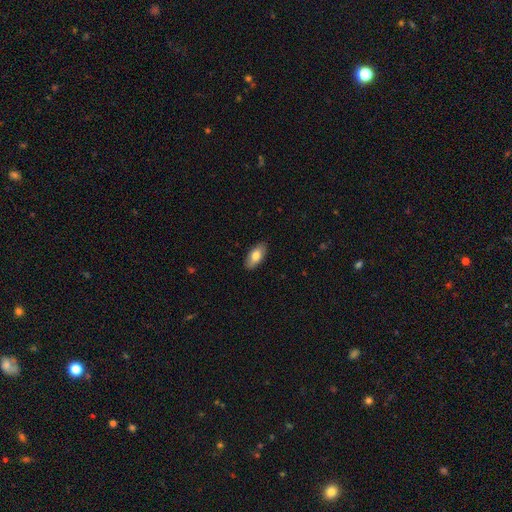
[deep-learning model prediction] The model was most divided on "smooth or featured": smooth: 76%, featured or disk: 18%, star or artifact: 6%. More confident: how rounded — in between (91%); merging — none (88%).